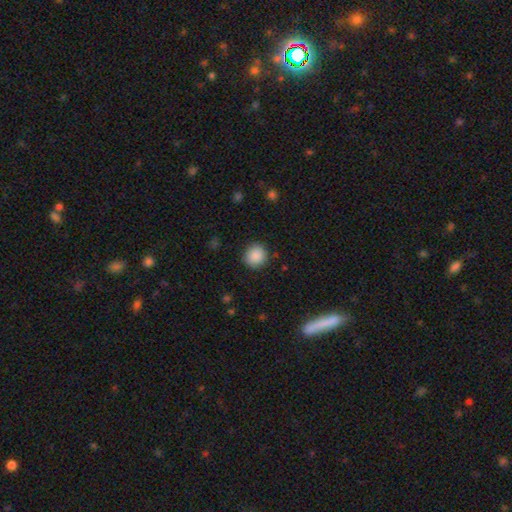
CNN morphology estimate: Smooth or featured?
  - smooth: 88% *
  - star or artifact: 9%
  - featured or disk: 3%
How rounded?
  - round: 89% *
  - in between: 10%
  - cigar-shaped: 1%
Merging?
  - none: 88% *
  - minor disturbance: 8%
  - major disturbance: 3%
  - merger: 1%